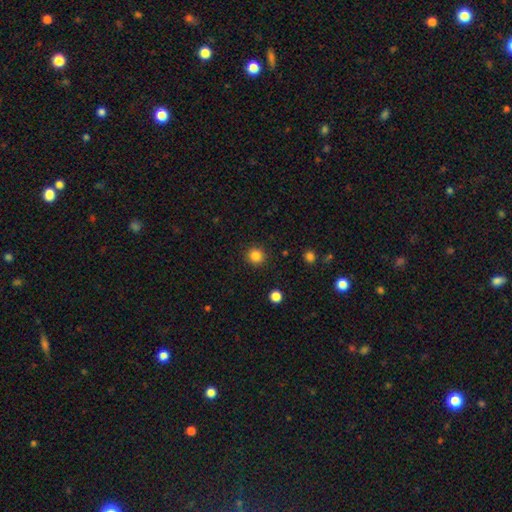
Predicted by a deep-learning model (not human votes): smooth-or-featured: smooth: 84% | star or artifact: 12% | featured or disk: 4%
  how-rounded: round: 94% | in between: 5% | cigar-shaped: 1%
  merging: none: 91% | minor disturbance: 6% | major disturbance: 2% | merger: 1%